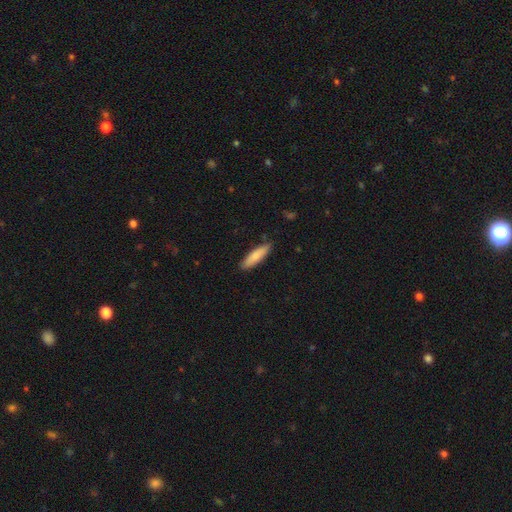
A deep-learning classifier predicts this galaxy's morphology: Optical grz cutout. It shows a smooth galaxy with no disk features (79%) that is cigar-shaped (68%). Merging: none (85%).